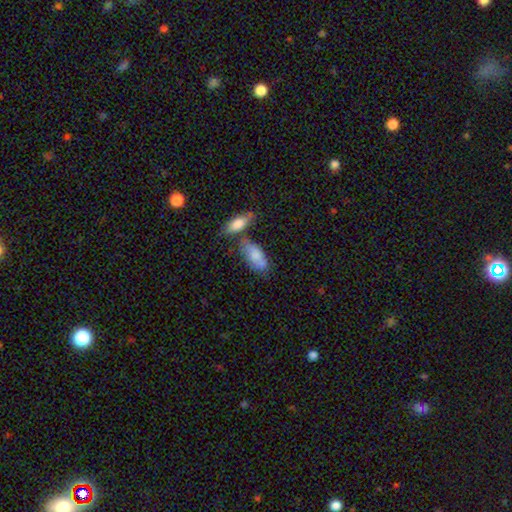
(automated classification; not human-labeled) Morphology: type=smooth (74%); roundness=in between (87%); merging=none (44%).